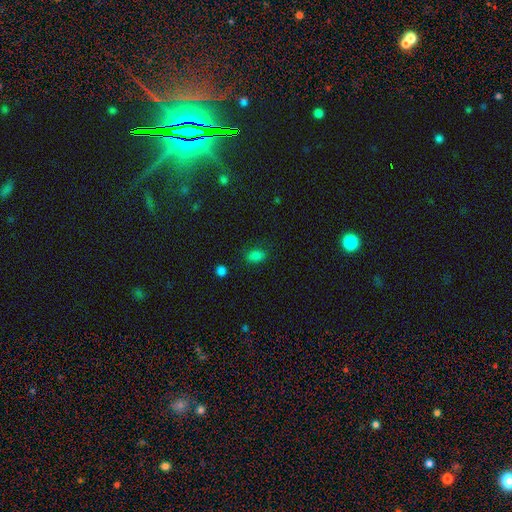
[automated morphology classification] Smooth or featured: smooth — 82% (star or artifact — 14%)
How rounded: in between — 85% (round — 13%)
Merging: none — 79% (minor disturbance — 14%)